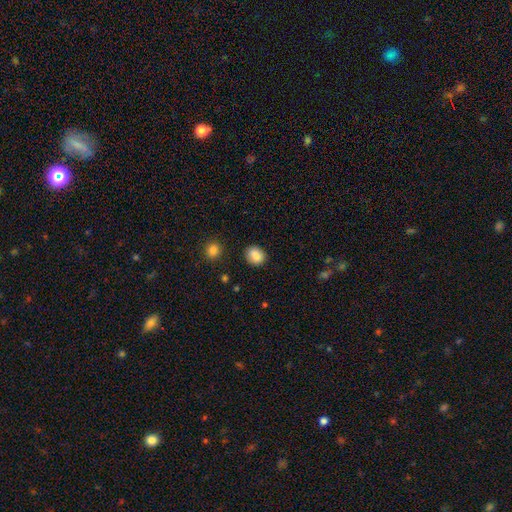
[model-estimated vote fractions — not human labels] A smooth galaxy with no disk features (86%) that is round (57%).

Vote fractions:
- Smooth or featured? smooth: 86% / star or artifact: 9% / featured or disk: 5%
- How rounded? round: 57% / in between: 42% / cigar-shaped: 1%
- Merging? none: 85% / minor disturbance: 10% / major disturbance: 3% / merger: 2%